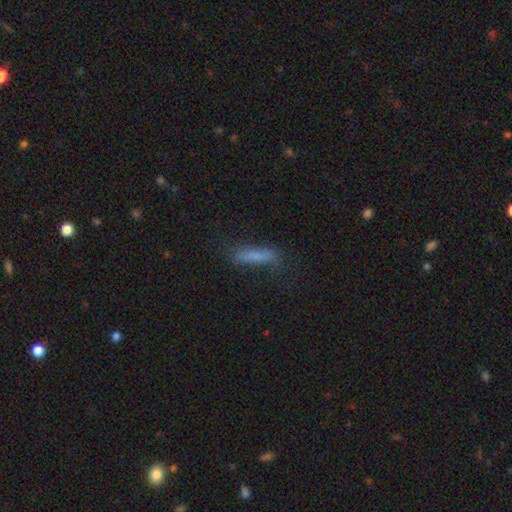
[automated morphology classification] The model was most divided on "merging": none: 71%, minor disturbance: 19%, major disturbance: 8%, merger: 2%. More confident: how rounded — cigar-shaped (85%); smooth or featured — smooth (72%).